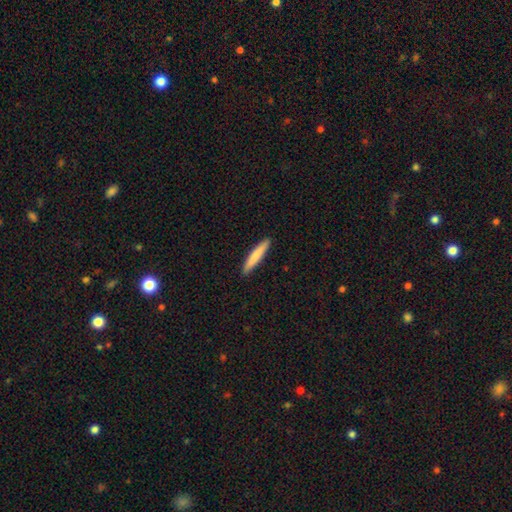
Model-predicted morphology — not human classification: Smooth or featured?
  - smooth: 77% *
  - featured or disk: 18%
  - star or artifact: 5%
How rounded?
  - cigar-shaped: 93% *
  - in between: 6%
  - round: 1%
Merging?
  - none: 91% *
  - minor disturbance: 6%
  - major disturbance: 1%
  - merger: 1%